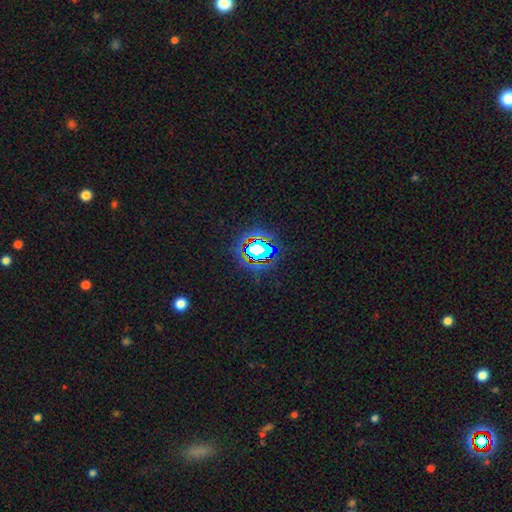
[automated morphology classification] star or artifact 76%, smooth 13%, featured or disk 11%.